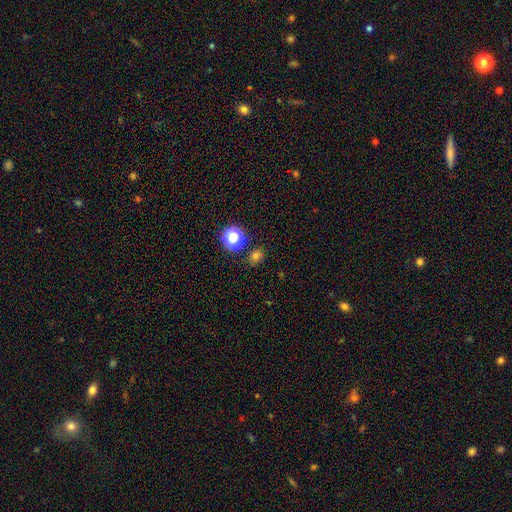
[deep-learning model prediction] The model was most divided on "how rounded": round: 63%, in between: 36%, cigar-shaped: 1%. More confident: merging — none (83%); smooth or featured — smooth (73%).